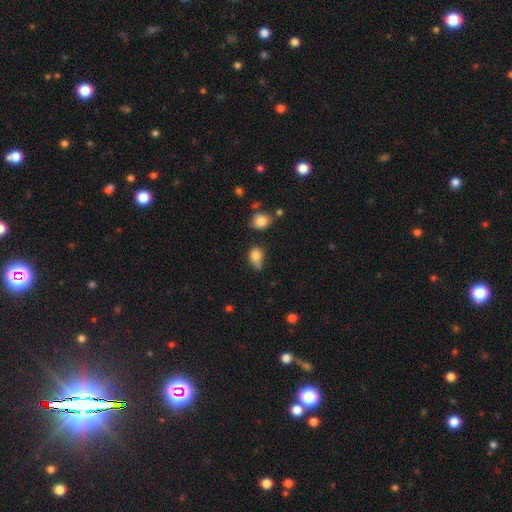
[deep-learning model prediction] smooth_or_featured: smooth (p=0.78) [alt: featured or disk p=0.12]
how_rounded: in between (p=0.63) [alt: round p=0.34]
merging: minor disturbance (p=0.41) [alt: none p=0.32]